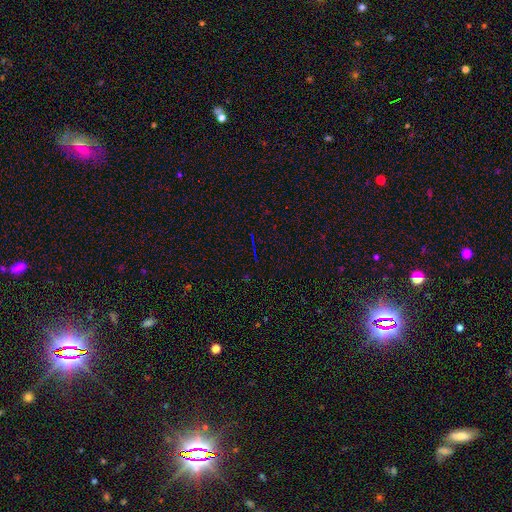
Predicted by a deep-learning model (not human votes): The model was most divided on "smooth or featured": star or artifact: 75%, featured or disk: 13%, smooth: 12%.